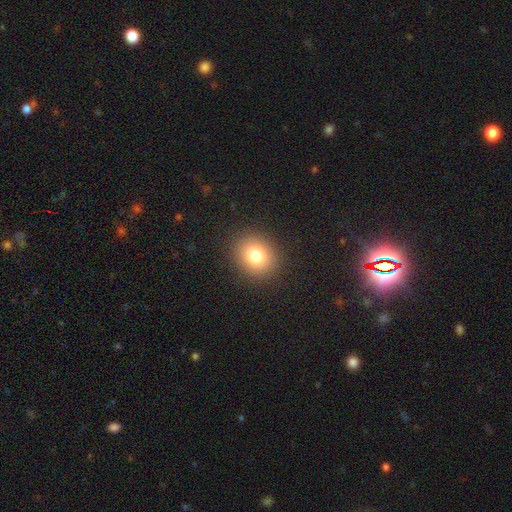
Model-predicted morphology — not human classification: smooth 80%, star or artifact 12%, featured or disk 8%. Down the decision tree: how rounded — round (70%); merging — none (89%).